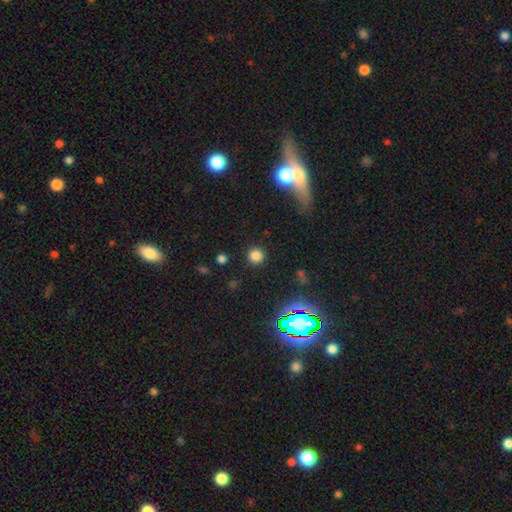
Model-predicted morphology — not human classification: A smooth galaxy with no disk features (80%) that is round (94%).

Vote fractions:
- Smooth or featured? smooth: 80% / star or artifact: 16% / featured or disk: 5%
- How rounded? round: 94% / in between: 5% / cigar-shaped: 1%
- Merging? none: 90% / minor disturbance: 5% / major disturbance: 3% / merger: 2%